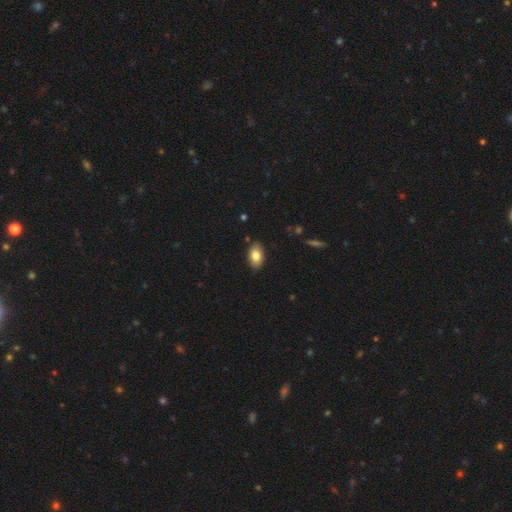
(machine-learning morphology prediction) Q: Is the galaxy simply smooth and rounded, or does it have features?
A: smooth — 82%.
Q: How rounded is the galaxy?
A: in between — 91%.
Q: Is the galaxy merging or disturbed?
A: none — 87%.